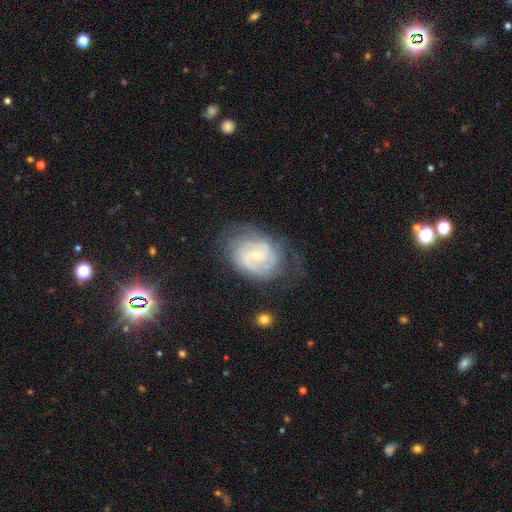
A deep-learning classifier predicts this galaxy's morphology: A featured or disk galaxy (82%) with no bar (46%, tied with weak), 2 (35%) tight (60%) spiral arms (94%) and a small central bulge (74%).

Vote fractions:
- Smooth or featured? featured or disk: 82% / smooth: 12% / star or artifact: 6%
- Edge-on disk? no: 98% / yes: 2%
- Bar? no: 46% (tied) / weak: 46% (tied) / strong: 8%
- Spiral arms? yes: 94% / no: 6%
- Spiral winding? tight: 60% / medium: 32% / loose: 8%
- Spiral arm count? 2: 35% / can't tell: 33% / 3: 16% / 4: 7% / 1: 5% / more than 4: 4%
- Bulge size? small: 74% / moderate: 21% / none: 2% / large: 1% / dominant: 1%
- Merging? none: 62% / minor disturbance: 23% / major disturbance: 13% / merger: 2%